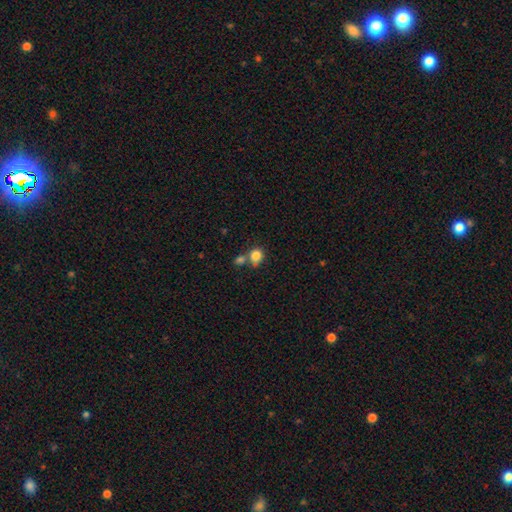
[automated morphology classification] A smooth galaxy with no disk features (84%) that is round (72%). Merging: none (49%).